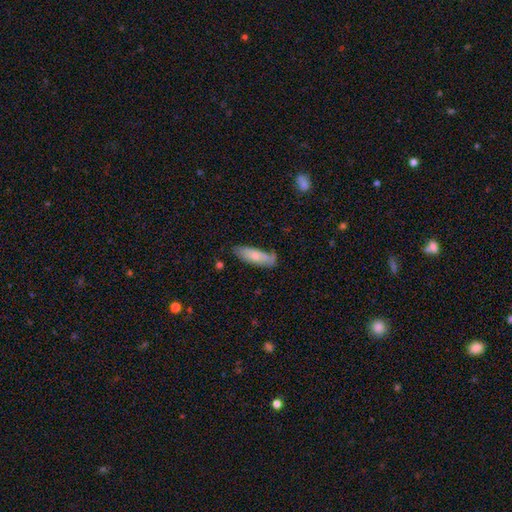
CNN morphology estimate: Smooth or featured? smooth (74%)
How rounded? in between (50%)
Merging? none (63%)